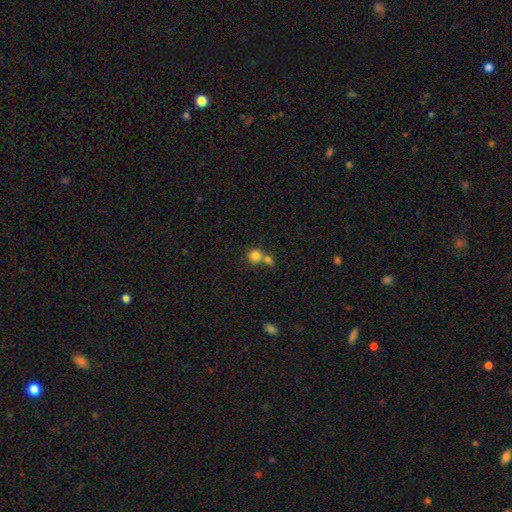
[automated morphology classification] Smooth or featured: smooth — 81% (star or artifact — 10%)
How rounded: round — 86% (in between — 13%)
Merging: merger — 49% (none — 40%)